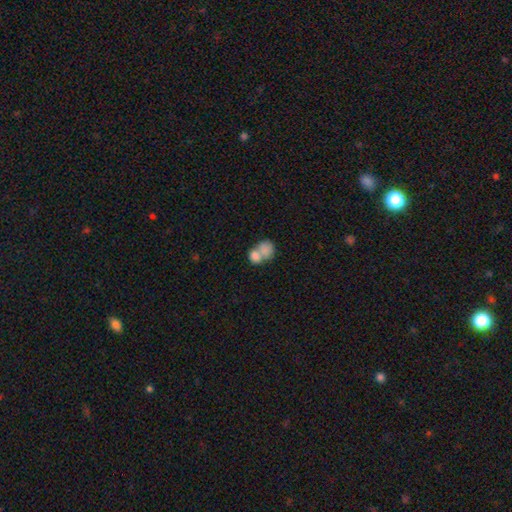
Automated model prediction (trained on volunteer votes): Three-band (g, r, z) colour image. It shows a smooth galaxy with no disk features (80%) that is round (50%). Merging: merger (70%).